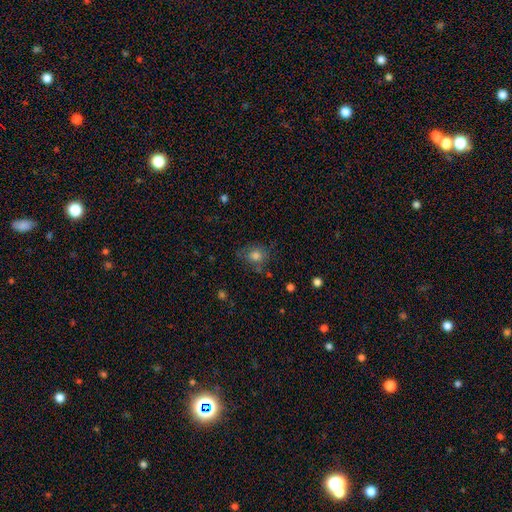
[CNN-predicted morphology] Smooth or featured: smooth — 76% (star or artifact — 13%)
How rounded: round — 64% (in between — 35%)
Merging: none — 68% (minor disturbance — 21%)